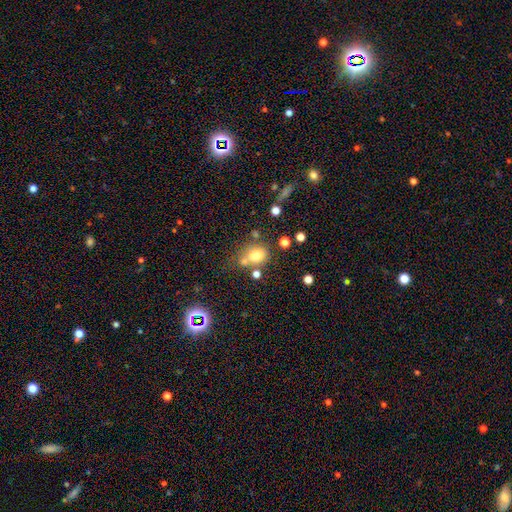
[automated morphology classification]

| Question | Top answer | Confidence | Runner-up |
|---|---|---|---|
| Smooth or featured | smooth | 73% | star or artifact (14%) |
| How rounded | round | 60% | in between (38%) |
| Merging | none | 55% | merger (22%) |